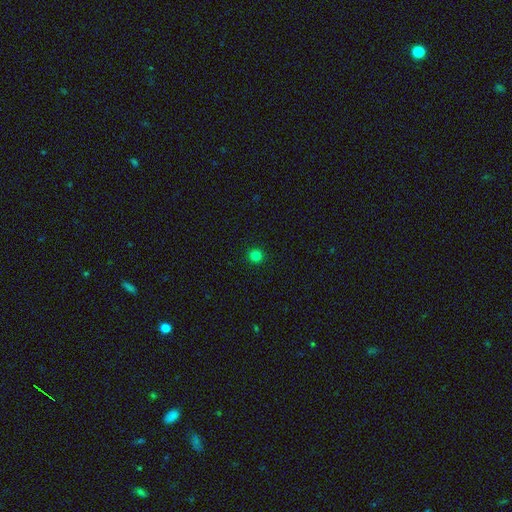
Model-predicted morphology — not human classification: This appears to be a smooth galaxy with no disk features (81%) that is round (93%). Merging: none (93%).